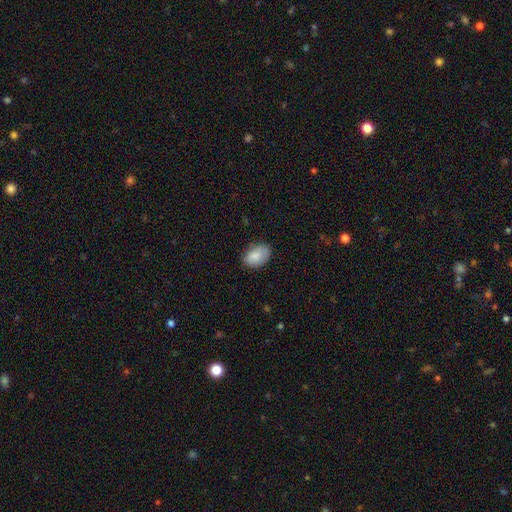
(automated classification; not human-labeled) Overall: smooth (85%). How rounded: in between (89%). Merging: none (78%).